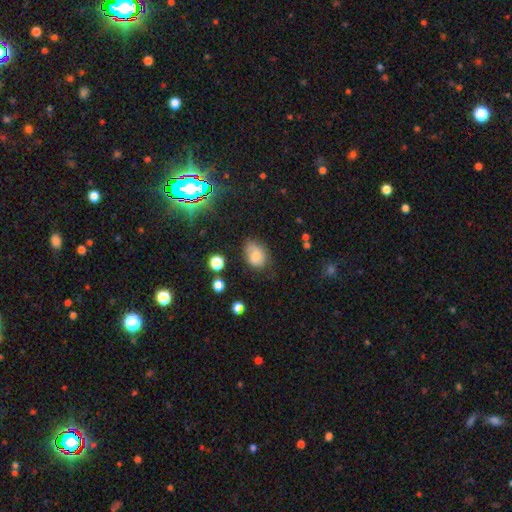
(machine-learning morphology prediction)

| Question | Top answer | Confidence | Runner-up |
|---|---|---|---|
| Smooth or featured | smooth | 73% | featured or disk (14%) |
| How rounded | in between | 66% | round (32%) |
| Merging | none | 57% | minor disturbance (30%) |